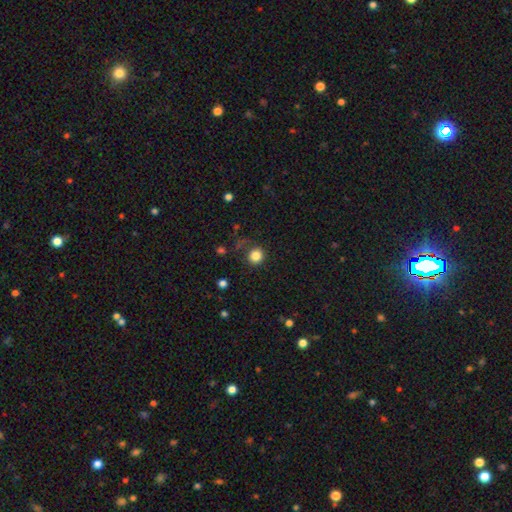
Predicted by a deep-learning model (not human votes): Smooth or featured? smooth (84%)
How rounded? round (88%)
Merging? none (78%)